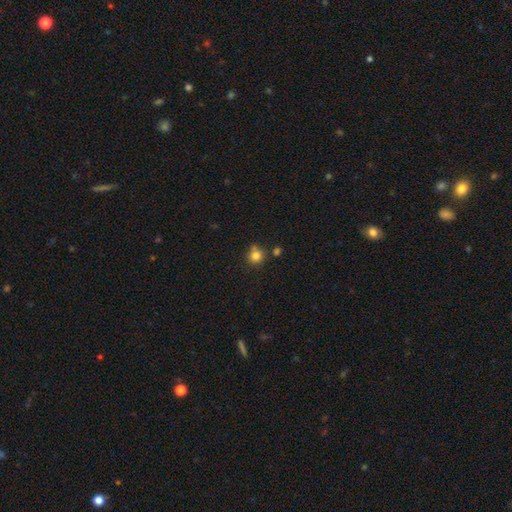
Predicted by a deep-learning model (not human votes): A smooth galaxy with no disk features (82%) that is round (89%).

Vote fractions:
- Smooth or featured? smooth: 82% / star or artifact: 12% / featured or disk: 6%
- How rounded? round: 89% / in between: 10% / cigar-shaped: 1%
- Merging? none: 70% / minor disturbance: 15% / merger: 11% / major disturbance: 4%